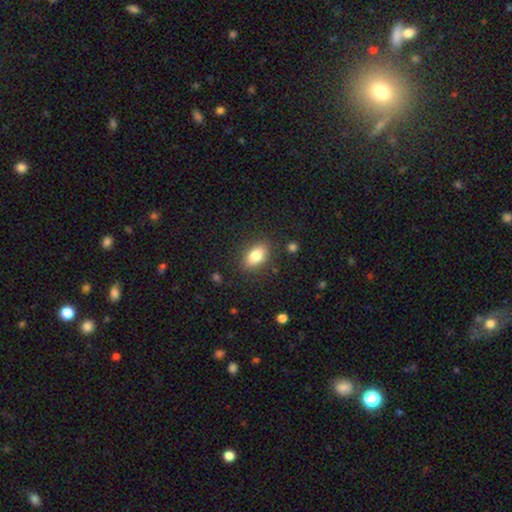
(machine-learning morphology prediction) smooth_or_featured: smooth (p=0.82) [alt: featured or disk p=0.10]
how_rounded: in between (p=0.87) [alt: round p=0.10]
merging: none (p=0.85) [alt: minor disturbance p=0.10]